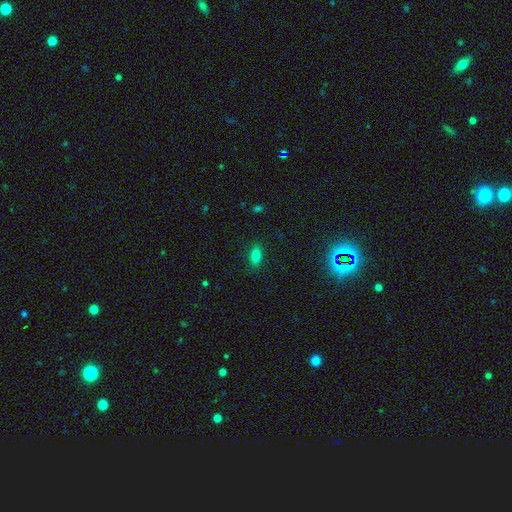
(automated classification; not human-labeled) Smooth or featured? smooth (80%)
How rounded? in between (85%)
Merging? none (87%)